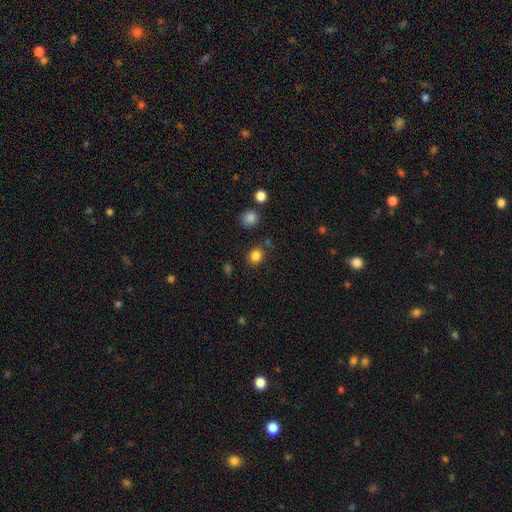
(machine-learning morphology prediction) smooth 84%, star or artifact 12%, featured or disk 4%. Down the decision tree: how rounded — round (74%); merging — none (82%).